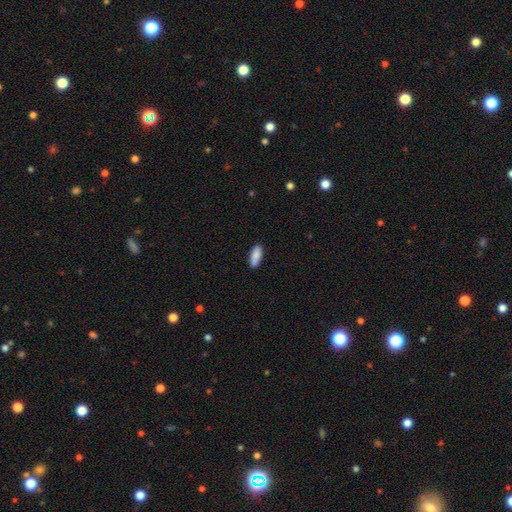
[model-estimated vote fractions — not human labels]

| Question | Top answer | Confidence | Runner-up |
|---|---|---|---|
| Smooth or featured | smooth | 87% | featured or disk (7%) |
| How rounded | in between | 78% | cigar-shaped (20%) |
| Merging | none | 83% | minor disturbance (13%) |